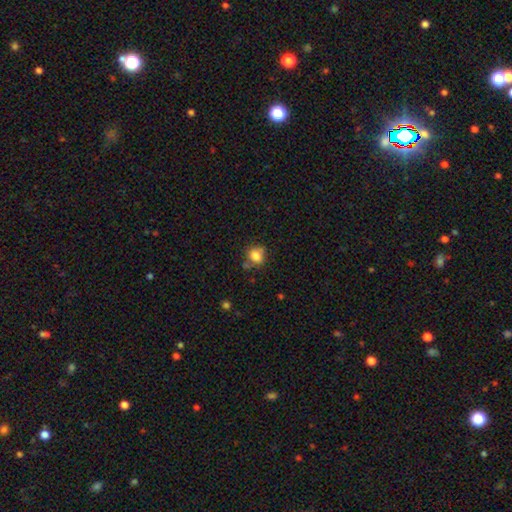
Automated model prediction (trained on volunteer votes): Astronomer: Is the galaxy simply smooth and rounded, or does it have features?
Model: smooth — 79%.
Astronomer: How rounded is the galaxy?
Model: round — 62% (runner-up: in between, 37%).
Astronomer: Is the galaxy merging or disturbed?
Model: none — 61%.